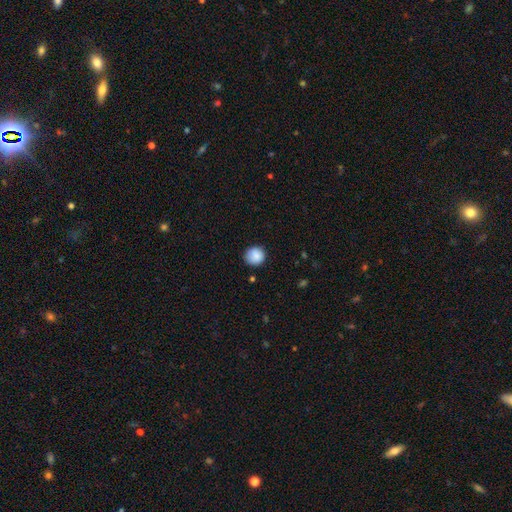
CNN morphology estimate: A smooth galaxy with no disk features (87%) that is round (91%). Merging: none (85%).